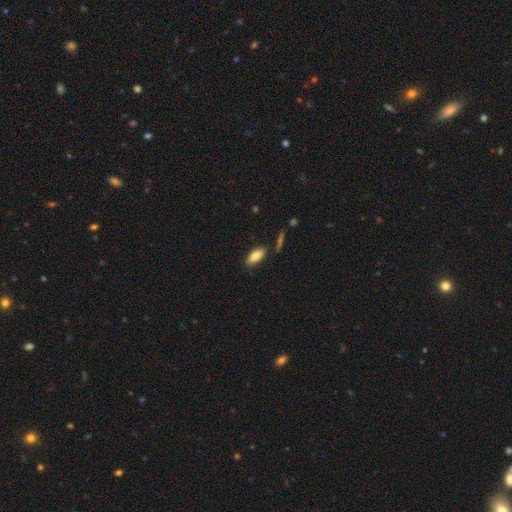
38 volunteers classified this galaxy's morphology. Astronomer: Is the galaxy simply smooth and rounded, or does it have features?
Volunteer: smooth — 82%.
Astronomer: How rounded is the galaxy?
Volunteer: in between — 74%.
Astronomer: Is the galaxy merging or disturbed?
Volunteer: none — 94%.